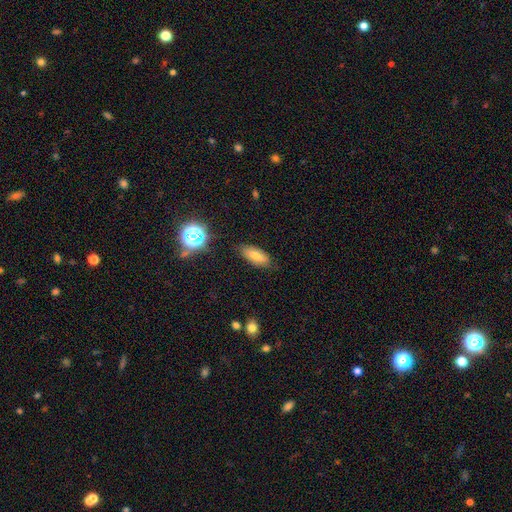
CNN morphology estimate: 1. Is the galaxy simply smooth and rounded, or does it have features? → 76% smooth, 12% featured or disk, 12% star or artifact.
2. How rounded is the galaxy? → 80% in between, 16% cigar-shaped, 3% round.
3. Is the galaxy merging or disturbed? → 81% none, 14% minor disturbance, 3% major disturbance, 2% merger.